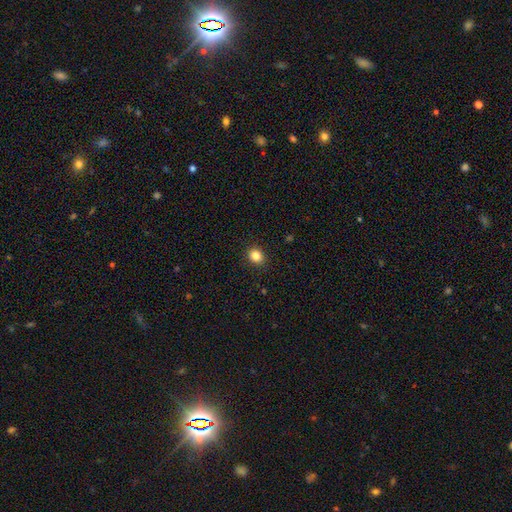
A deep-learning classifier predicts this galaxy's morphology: This appears to be a smooth galaxy with no disk features (84%) that is round (74%). Merging: none (91%).